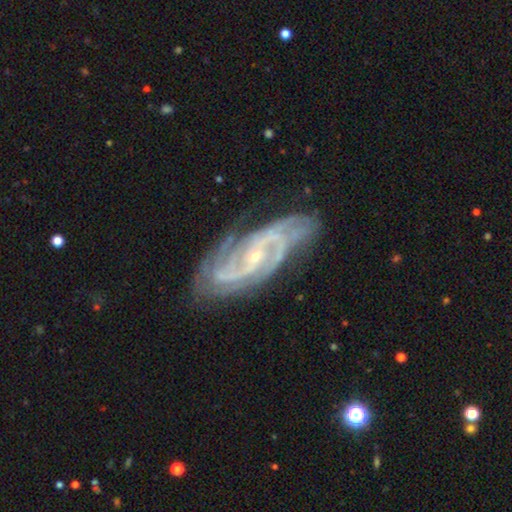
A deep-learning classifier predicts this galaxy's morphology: smooth_or_featured: featured or disk (p=0.91) [alt: star or artifact p=0.05]
disk_edge_on: no (p=0.94) [alt: yes p=0.06]
bar: no (p=0.47) [alt: weak p=0.33]
has_spiral_arms: yes (p=0.98) [alt: no p=0.02]
spiral_winding: tight (p=0.49) [alt: medium p=0.41]
spiral_arm_count: 2 (p=0.40) [alt: 3 p=0.23]
bulge_size: small (p=0.79) [alt: moderate p=0.18]
merging: none (p=0.75) [alt: minor disturbance p=0.18]